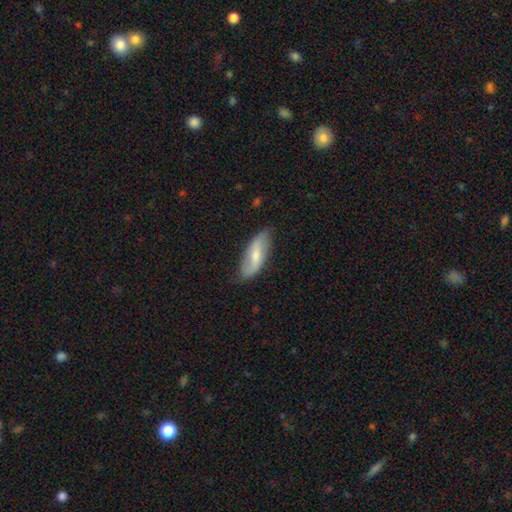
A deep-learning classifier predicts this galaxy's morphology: A featured or disk galaxy (51%). Merging: none (74%).